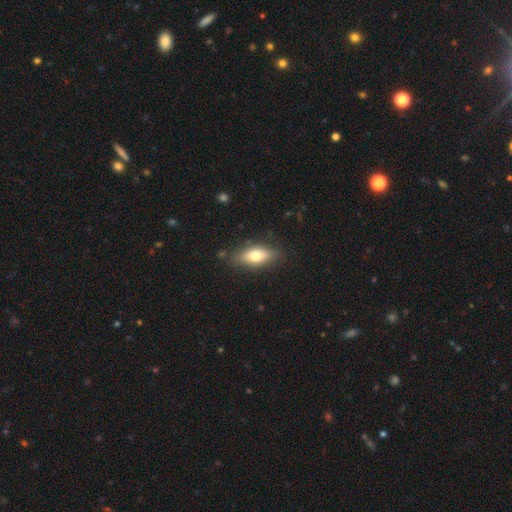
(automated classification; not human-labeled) Morphology: type=smooth (69%); roundness=in between (76%); merging=none (81%).